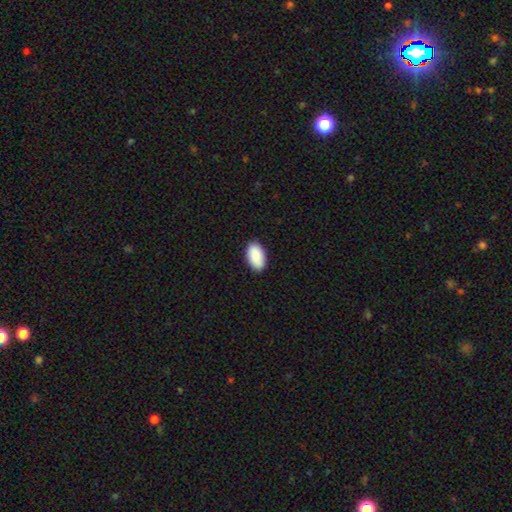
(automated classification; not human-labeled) smooth_or_featured: smooth (p=0.88) [alt: featured or disk p=0.07]
how_rounded: in between (p=0.95) [alt: round p=0.03]
merging: none (p=0.88) [alt: minor disturbance p=0.09]